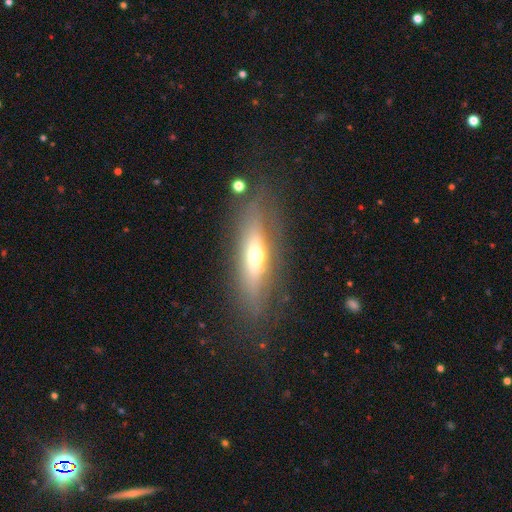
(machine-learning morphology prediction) A featured or disk galaxy (51%) viewed edge-on (70%).

Vote fractions:
- Smooth or featured? featured or disk: 51% / smooth: 39% / star or artifact: 9%
- Edge-on disk? yes: 70% / no: 30%
- Merging? none: 71% / minor disturbance: 16% / major disturbance: 10% / merger: 3%